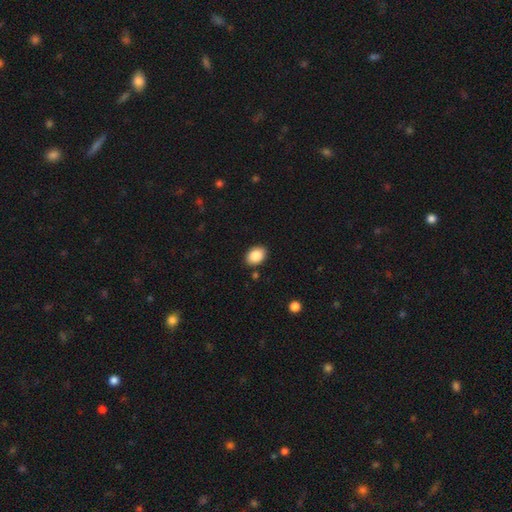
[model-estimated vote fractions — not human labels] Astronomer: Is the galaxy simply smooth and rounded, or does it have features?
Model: smooth — 87%.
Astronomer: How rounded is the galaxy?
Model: in between — 77%.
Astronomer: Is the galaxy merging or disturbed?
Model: none — 87%.